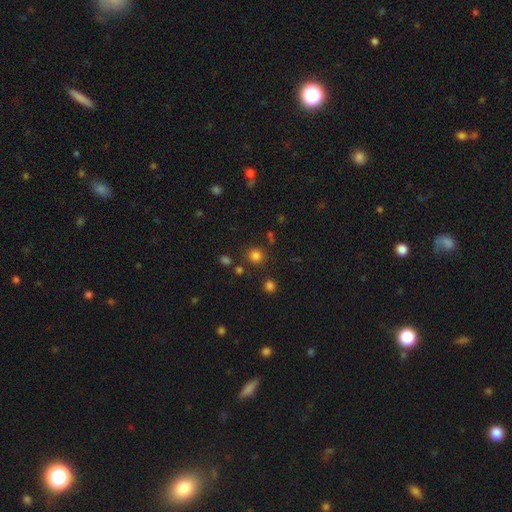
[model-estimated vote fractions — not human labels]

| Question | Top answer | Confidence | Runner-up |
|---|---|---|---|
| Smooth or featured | smooth | 79% | star or artifact (16%) |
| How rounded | round | 87% | in between (12%) |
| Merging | none | 83% | minor disturbance (8%) |